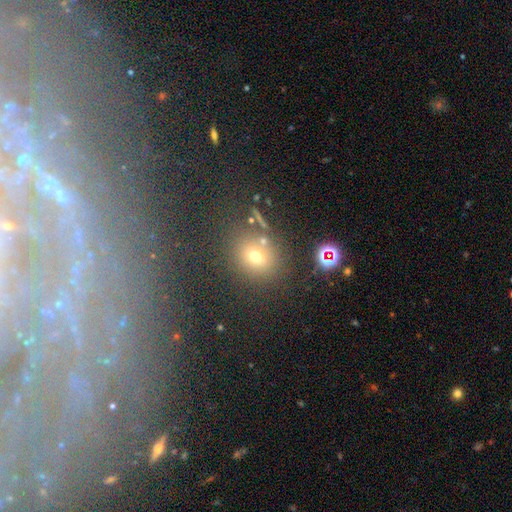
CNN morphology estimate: Smooth or featured?
  - smooth: 66% *
  - star or artifact: 22%
  - featured or disk: 12%
How rounded?
  - round: 70% *
  - in between: 28%
  - cigar-shaped: 2%
Merging?
  - none: 74% *
  - minor disturbance: 11%
  - merger: 8%
  - major disturbance: 6%